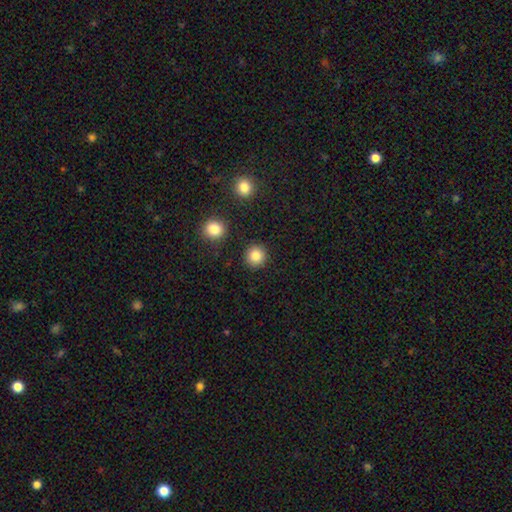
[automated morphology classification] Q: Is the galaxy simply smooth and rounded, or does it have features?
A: smooth — 85%.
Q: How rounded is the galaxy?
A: round — 94%.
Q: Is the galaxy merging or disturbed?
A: none — 91%.